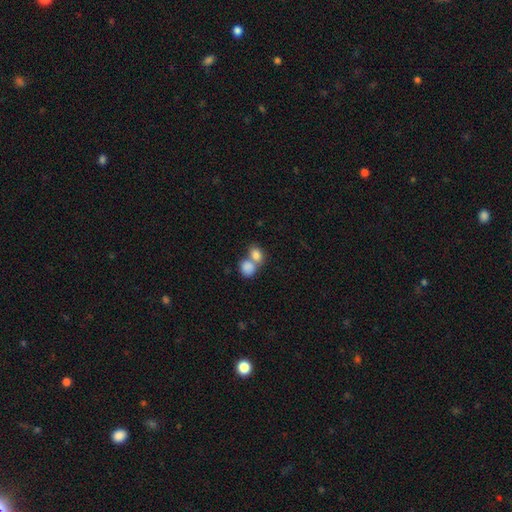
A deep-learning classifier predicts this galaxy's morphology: This is clearly a smooth galaxy (83%). How rounded: possibly in between (54%). Merging: possibly merger (59%).